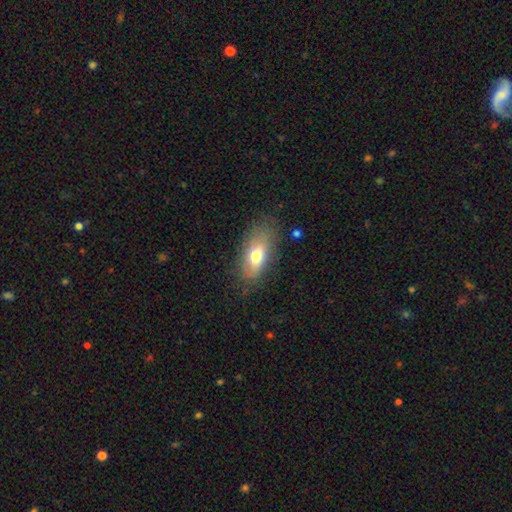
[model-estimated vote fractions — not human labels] Smooth or featured: smooth — 65% (featured or disk — 26%)
How rounded: in between — 84% (cigar-shaped — 11%)
Merging: none — 73% (minor disturbance — 19%)